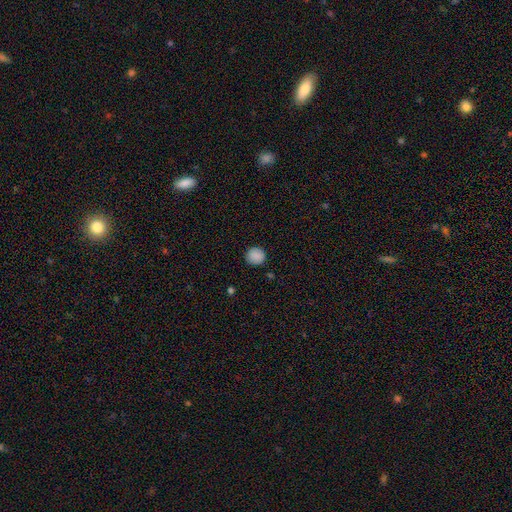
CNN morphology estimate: smooth 88%, star or artifact 9%, featured or disk 4%. Down the decision tree: how rounded — round (91%); merging — none (88%).